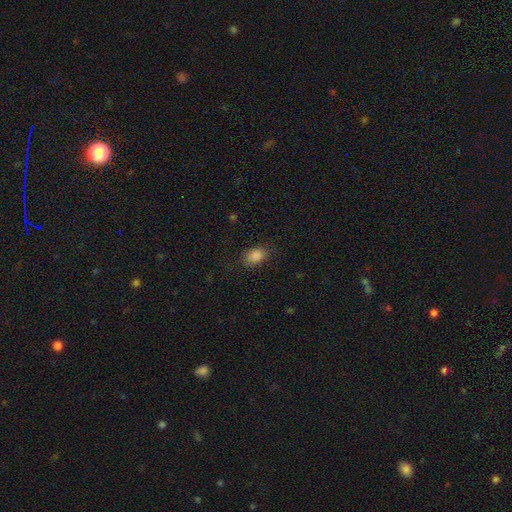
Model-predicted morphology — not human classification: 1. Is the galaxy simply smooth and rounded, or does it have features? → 86% smooth, 9% star or artifact, 5% featured or disk.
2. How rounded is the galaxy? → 79% in between, 19% round, 1% cigar-shaped.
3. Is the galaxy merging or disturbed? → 81% none, 14% minor disturbance, 5% major disturbance, 1% merger.